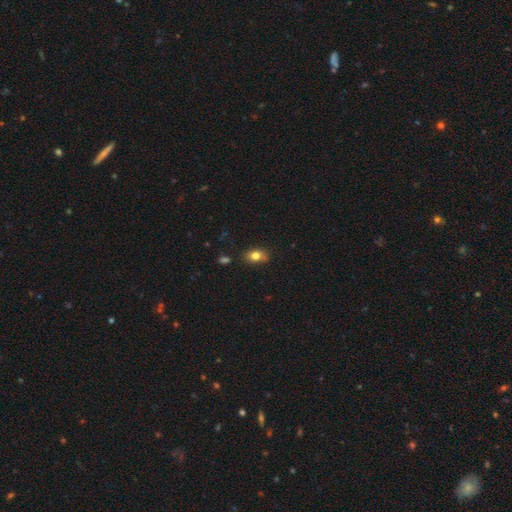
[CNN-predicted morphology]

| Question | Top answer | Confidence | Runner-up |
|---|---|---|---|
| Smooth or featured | smooth | 80% | featured or disk (11%) |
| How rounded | in between | 79% | round (19%) |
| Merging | none | 77% | minor disturbance (17%) |